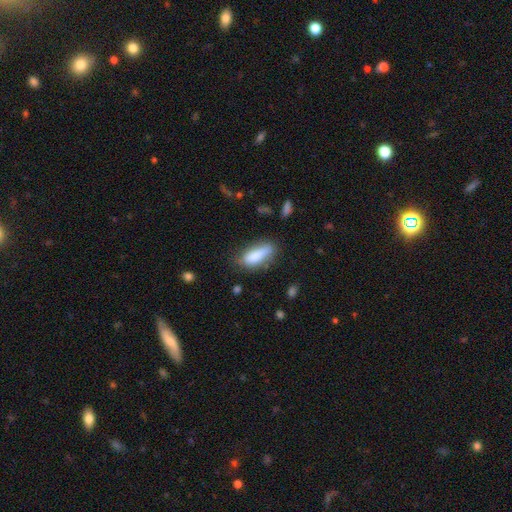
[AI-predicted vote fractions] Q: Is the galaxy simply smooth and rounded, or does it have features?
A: smooth — 80%.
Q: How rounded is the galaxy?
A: in between — 66%.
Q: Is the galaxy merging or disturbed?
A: none — 59%.